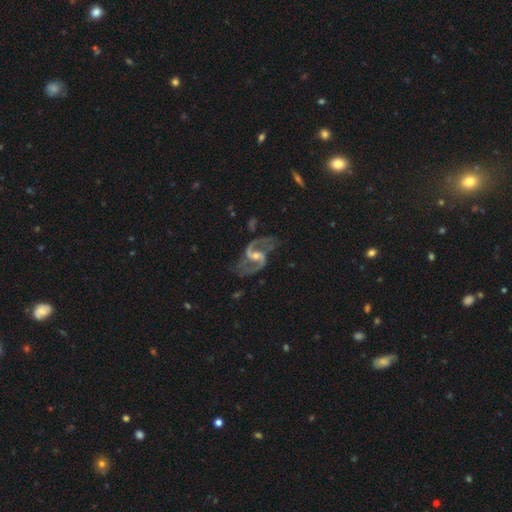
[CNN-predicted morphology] smooth_or_featured: featured or disk (p=0.93) [alt: star or artifact p=0.05]
disk_edge_on: no (p=0.98) [alt: yes p=0.02]
bar: weak (p=0.49) [alt: strong p=0.32]
has_spiral_arms: yes (p=0.98) [alt: no p=0.02]
spiral_winding: loose (p=0.47) [alt: medium p=0.44]
spiral_arm_count: 2 (p=0.94) [alt: can't tell p=0.02]
bulge_size: small (p=0.48) [alt: moderate p=0.46]
merging: none (p=0.73) [alt: minor disturbance p=0.15]